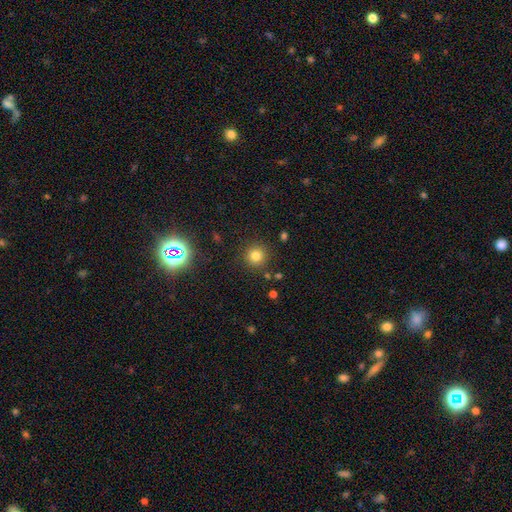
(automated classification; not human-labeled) A smooth galaxy with no disk features (78%) that is round (94%).

Vote fractions:
- Smooth or featured? smooth: 78% / star or artifact: 16% / featured or disk: 7%
- How rounded? round: 94% / in between: 5% / cigar-shaped: 1%
- Merging? none: 88% / minor disturbance: 7% / major disturbance: 3% / merger: 2%